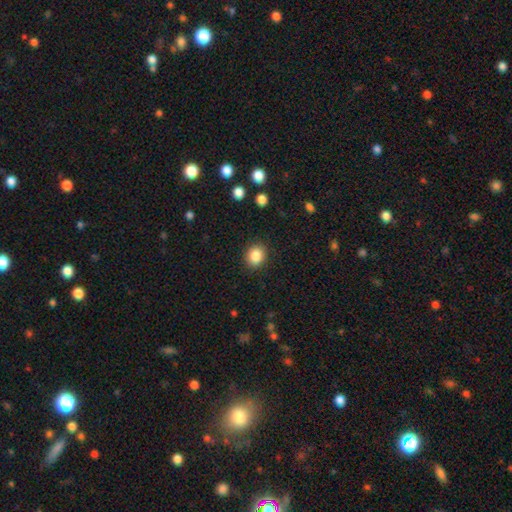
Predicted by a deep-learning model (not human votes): smooth 86%, star or artifact 9%, featured or disk 4%. Down the decision tree: how rounded — round (65%); merging — none (89%).